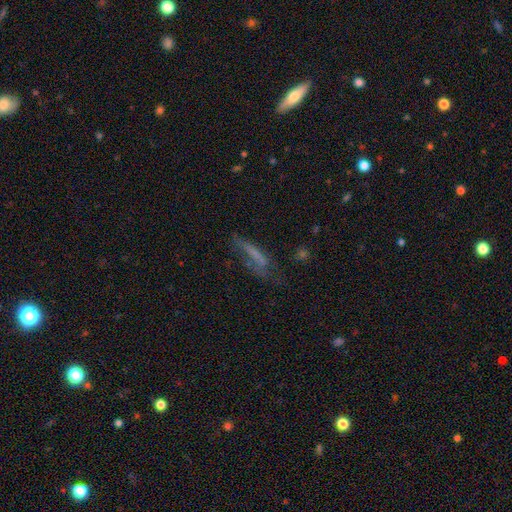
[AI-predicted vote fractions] Overall: smooth (49%; featured or disk 36%). Merging: none (40%; major disturbance 30%).